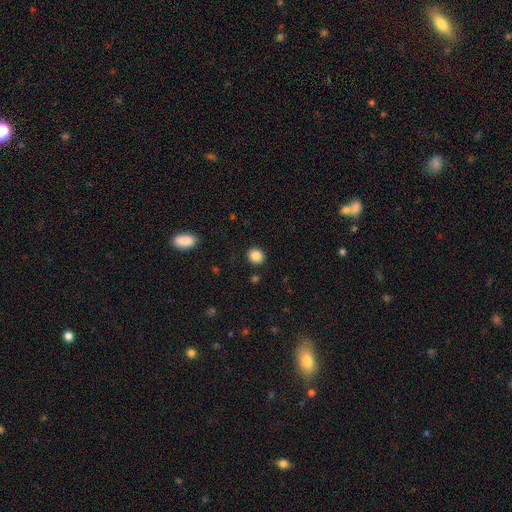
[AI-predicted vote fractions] The model was most divided on "how rounded": round: 80%, in between: 19%, cigar-shaped: 1%. More confident: merging — none (90%); smooth or featured — smooth (86%).